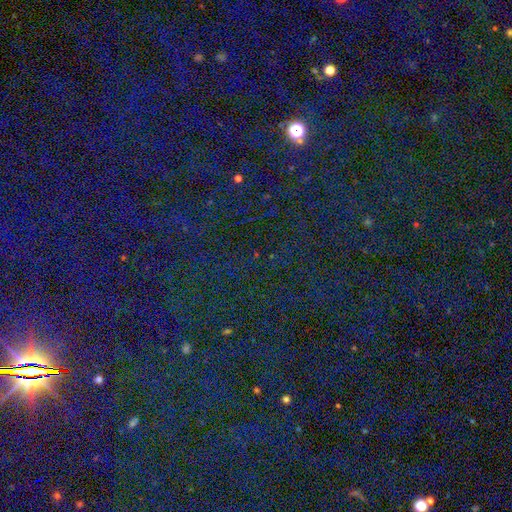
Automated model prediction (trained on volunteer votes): Overall: star or artifact (82%).